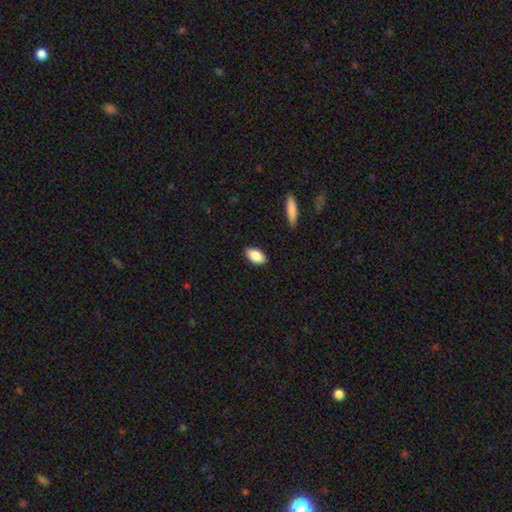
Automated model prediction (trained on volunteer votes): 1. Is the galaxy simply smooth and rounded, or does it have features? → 85% smooth, 9% featured or disk, 7% star or artifact.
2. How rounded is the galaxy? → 92% in between, 4% cigar-shaped, 4% round.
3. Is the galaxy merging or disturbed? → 88% none, 9% minor disturbance, 2% major disturbance, 1% merger.